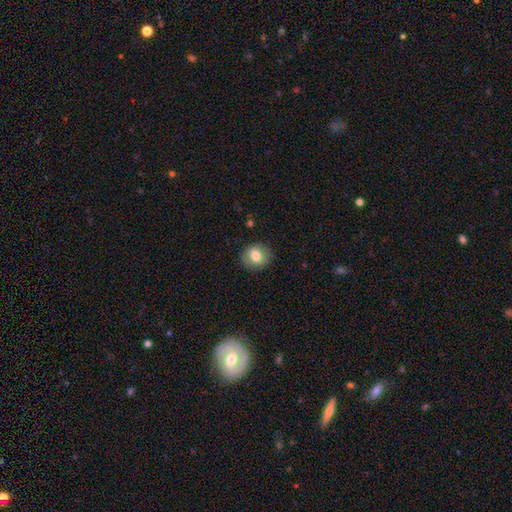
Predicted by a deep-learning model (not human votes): The model was most divided on "how rounded": round: 68%, in between: 31%, cigar-shaped: 1%. More confident: merging — none (84%); smooth or featured — smooth (75%).